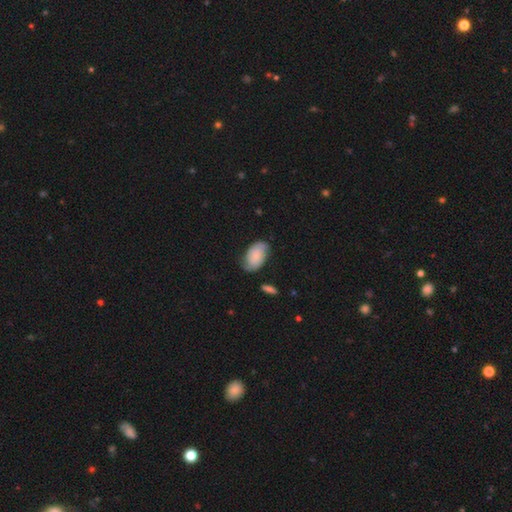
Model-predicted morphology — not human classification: Smooth or featured: smooth — 52% (featured or disk — 41%)
How rounded: in between — 92% (round — 7%)
Merging: none — 65% (minor disturbance — 25%)